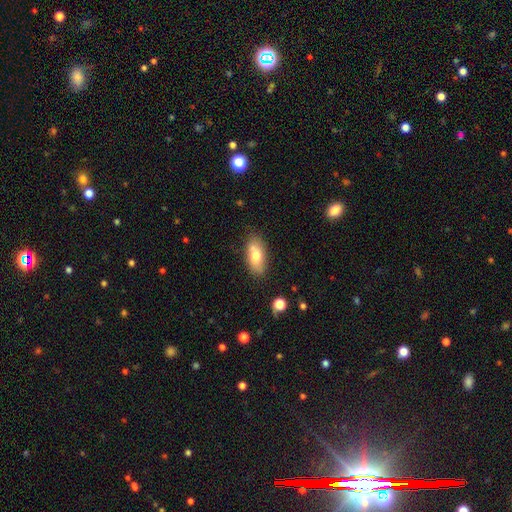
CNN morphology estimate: Smooth or featured? smooth (70%)
How rounded? in between (86%)
Merging? none (76%)